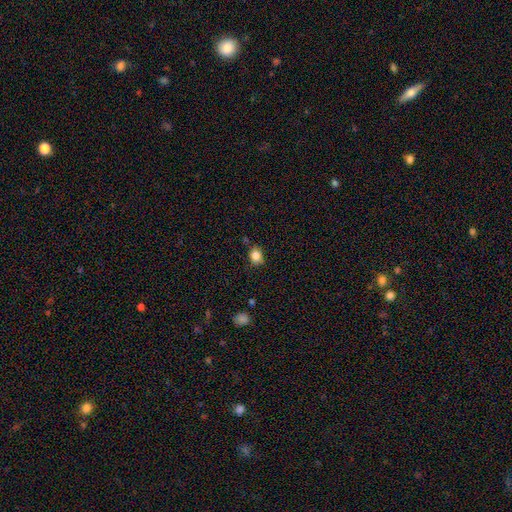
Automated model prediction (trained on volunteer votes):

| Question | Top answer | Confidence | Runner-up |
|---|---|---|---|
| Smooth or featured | smooth | 83% | star or artifact (11%) |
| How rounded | round | 59% | in between (40%) |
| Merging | none | 77% | minor disturbance (17%) |